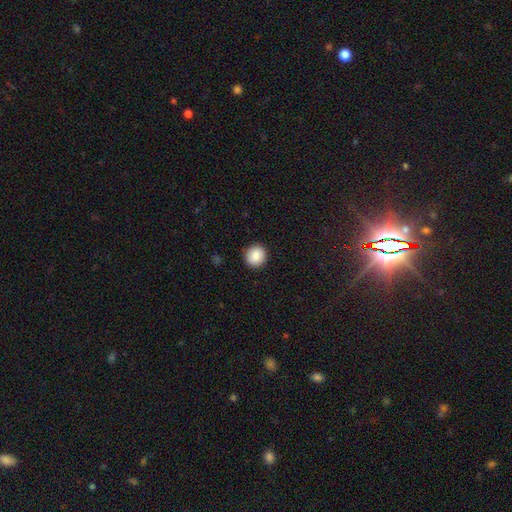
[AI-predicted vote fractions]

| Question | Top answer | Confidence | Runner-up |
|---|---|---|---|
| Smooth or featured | smooth | 85% | star or artifact (8%) |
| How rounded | round | 94% | in between (5%) |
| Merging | none | 92% | minor disturbance (5%) |